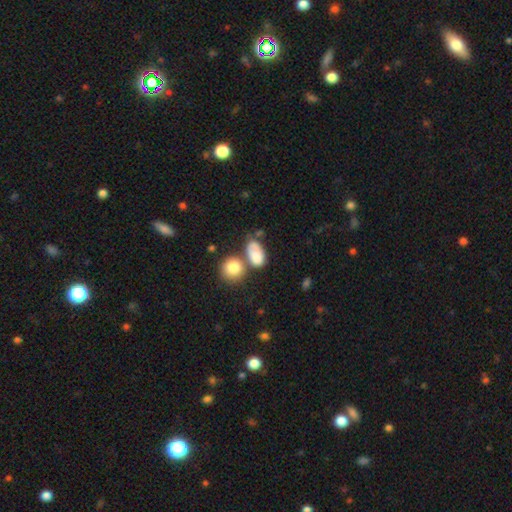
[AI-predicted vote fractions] Q: Smooth or featured?
A: smooth (77%); runner-up: featured or disk (15%)
Q: How rounded?
A: in between (82%); runner-up: round (16%)
Q: Merging?
A: merger (40%); runner-up: none (30%)